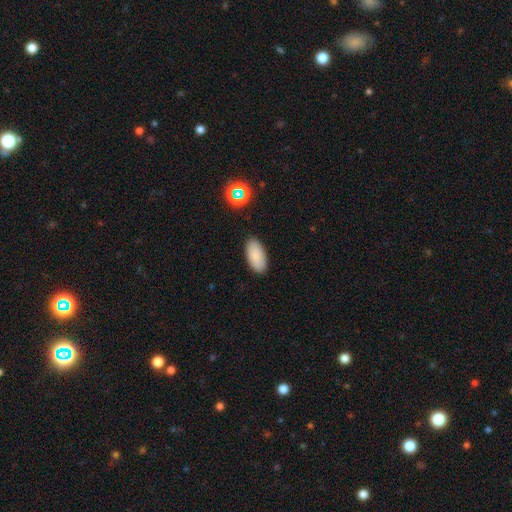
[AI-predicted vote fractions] Overall: smooth (87%). How rounded: in between (93%). Merging: none (88%).